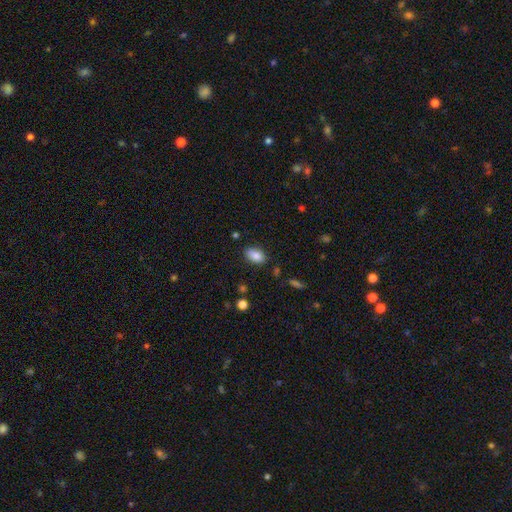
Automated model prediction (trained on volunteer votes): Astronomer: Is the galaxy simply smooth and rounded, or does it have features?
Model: smooth — 85%.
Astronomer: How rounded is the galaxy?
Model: in between — 90%.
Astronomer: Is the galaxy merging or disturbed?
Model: none — 82%.